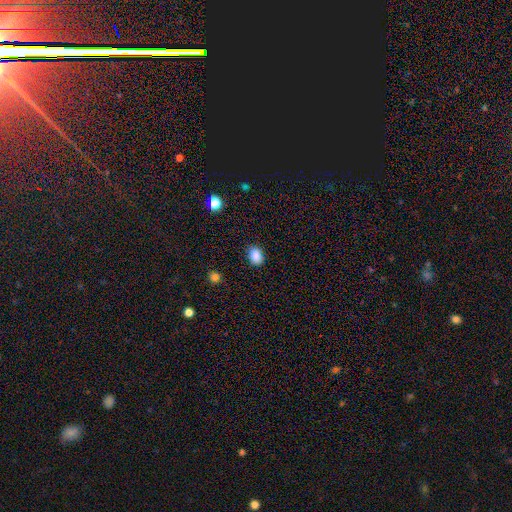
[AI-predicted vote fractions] Smooth or featured? Predicted: smooth (p=0.87). How rounded? Predicted: in between (p=0.68). Merging? Predicted: none (p=0.84).